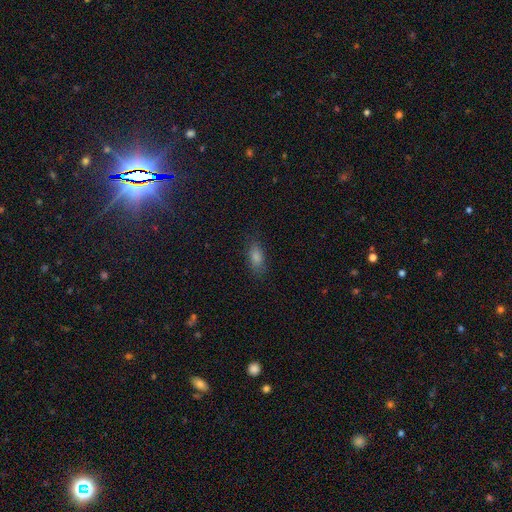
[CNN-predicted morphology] Smooth or featured: smooth — 73% (star or artifact — 18%)
How rounded: in between — 79% (cigar-shaped — 14%)
Merging: none — 84% (minor disturbance — 12%)